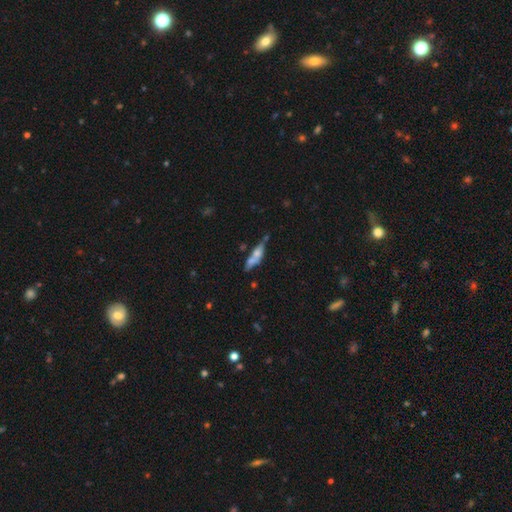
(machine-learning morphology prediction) smooth 51%, featured or disk 40%, star or artifact 8%. Down the decision tree: how rounded — cigar-shaped (62%); merging — none (47%).